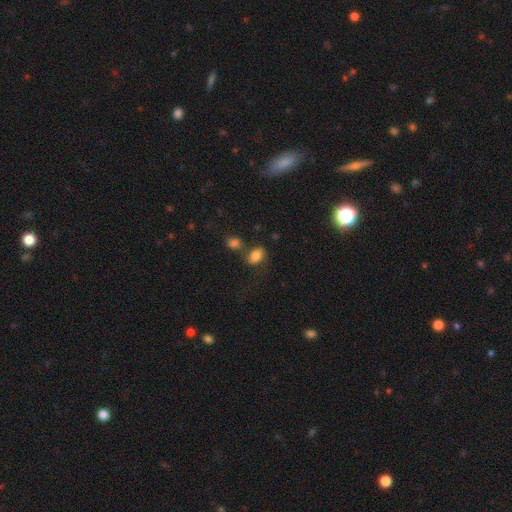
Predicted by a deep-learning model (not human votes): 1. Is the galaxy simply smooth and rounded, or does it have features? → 79% smooth, 11% featured or disk, 10% star or artifact.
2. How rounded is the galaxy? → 83% in between, 15% round, 2% cigar-shaped.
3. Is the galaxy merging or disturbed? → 50% none, 24% merger, 17% minor disturbance, 9% major disturbance.